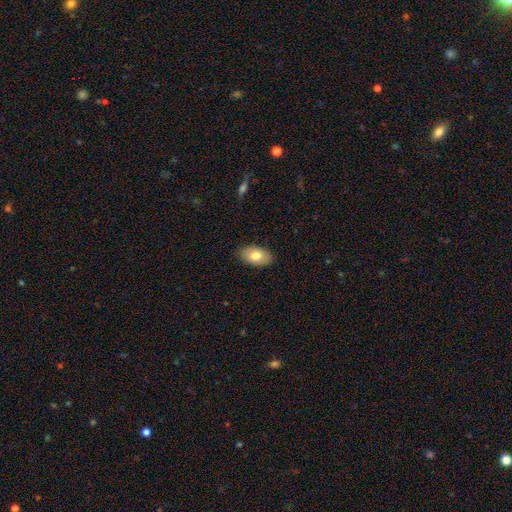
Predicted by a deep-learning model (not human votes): Q: Smooth or featured?
A: smooth (77%); runner-up: featured or disk (16%)
Q: How rounded?
A: in between (93%); runner-up: round (5%)
Q: Merging?
A: none (87%); runner-up: minor disturbance (10%)